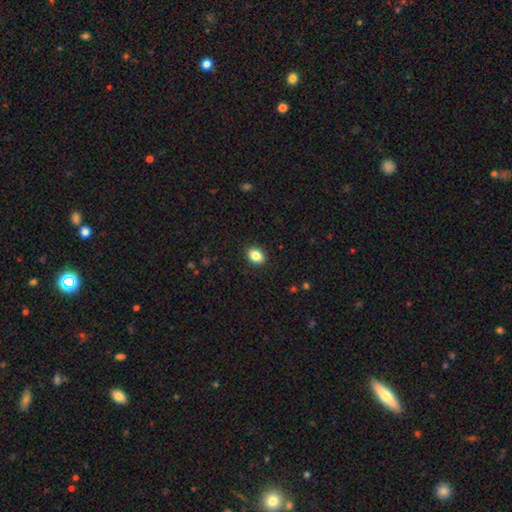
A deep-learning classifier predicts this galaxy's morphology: This is clearly a smooth galaxy (86%). How rounded: likely in between (75%). Merging: clearly none (90%).